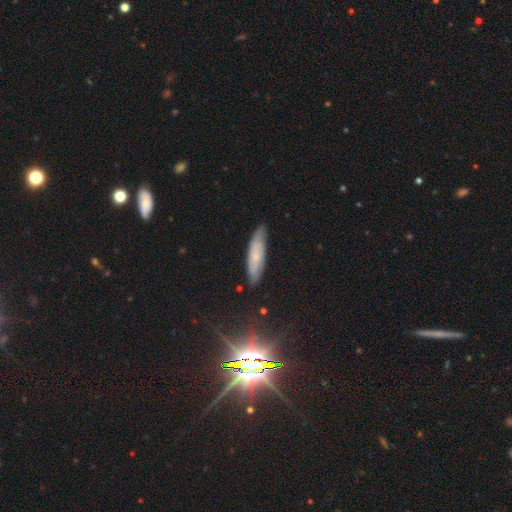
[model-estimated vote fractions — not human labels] Smooth or featured? Predicted: smooth (p=0.56). How rounded? Predicted: cigar-shaped (p=0.70). Merging? Predicted: none (p=0.81).